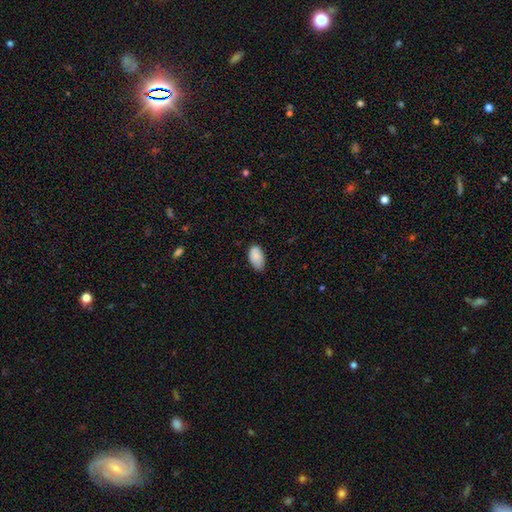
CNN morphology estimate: Smooth or featured? smooth (87%)
How rounded? in between (95%)
Merging? none (71%)